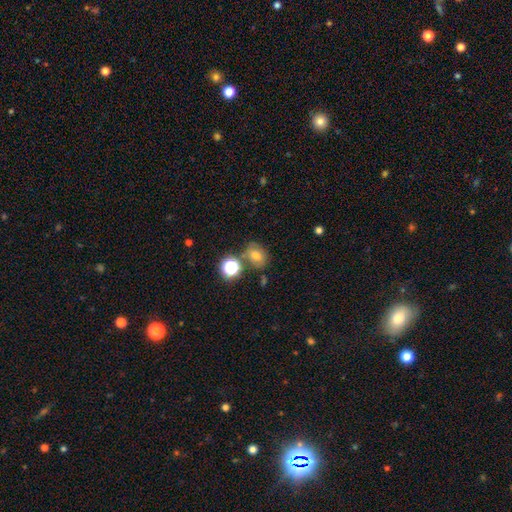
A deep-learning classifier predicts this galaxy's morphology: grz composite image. It shows a smooth galaxy with no disk features (61%) that is round (54%). Merging: none (64%).